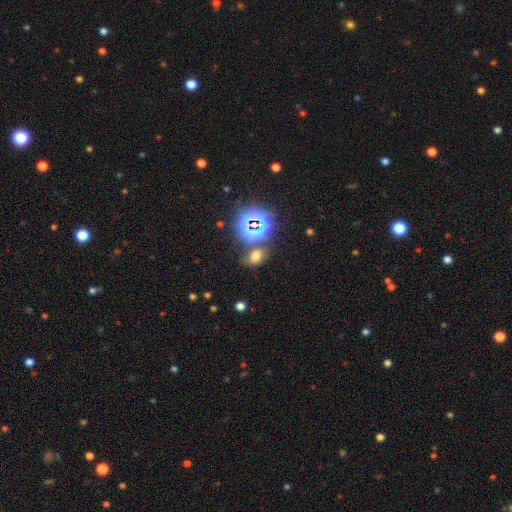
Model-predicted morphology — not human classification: smooth_or_featured: smooth (p=0.57) [alt: star or artifact p=0.34]
how_rounded: in between (p=0.74) [alt: round p=0.24]
merging: none (p=0.69) [alt: minor disturbance p=0.14]